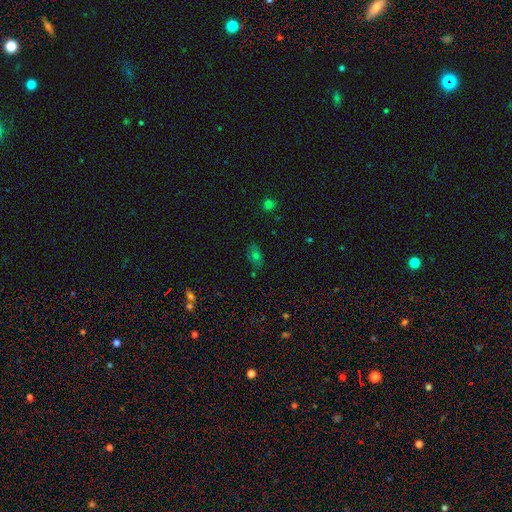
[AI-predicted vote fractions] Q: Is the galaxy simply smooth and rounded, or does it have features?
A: smooth — 56%.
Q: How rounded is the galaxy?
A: in between — 78%.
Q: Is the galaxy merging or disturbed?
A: none — 74%.